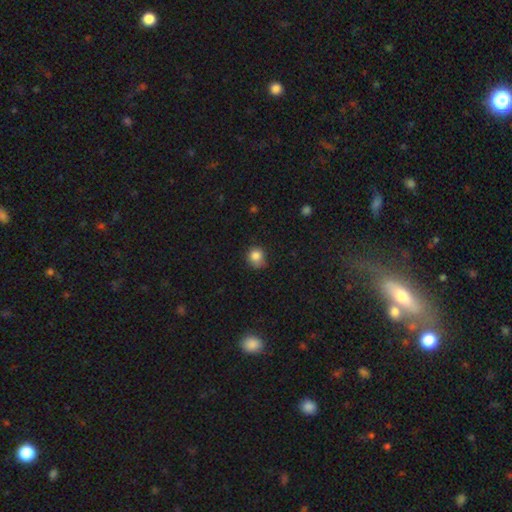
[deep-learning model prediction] Smooth or featured? smooth (83%)
How rounded? round (83%)
Merging? none (62%)